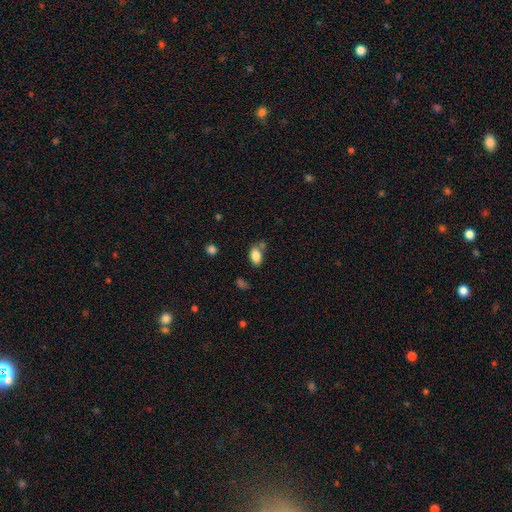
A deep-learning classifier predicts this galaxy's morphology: Q: Smooth or featured?
A: smooth (85%); runner-up: star or artifact (9%)
Q: How rounded?
A: in between (91%); runner-up: round (8%)
Q: Merging?
A: none (62%); runner-up: minor disturbance (18%)